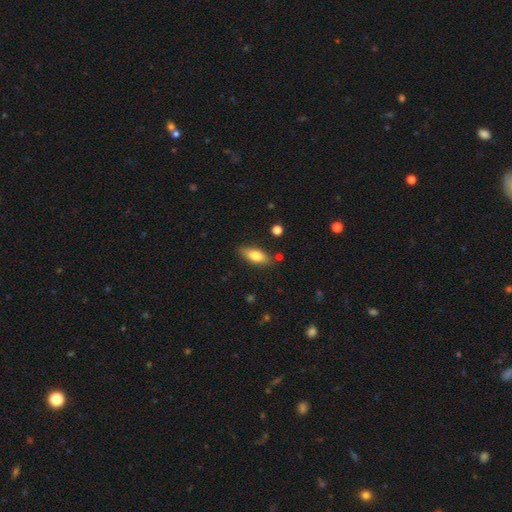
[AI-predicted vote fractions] This appears to be a smooth galaxy with no disk features (75%) that is in between round and cigar-shaped (75%). Merging: none (82%).